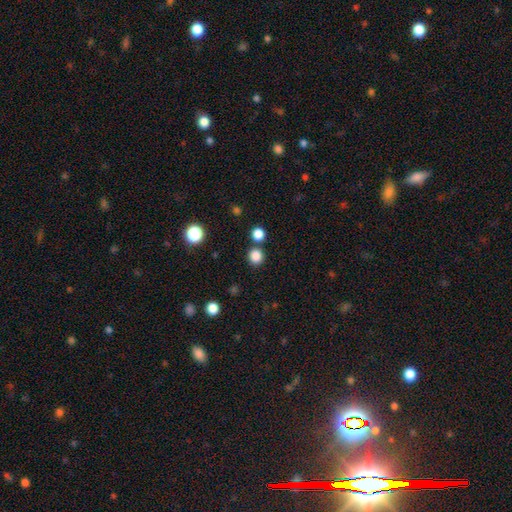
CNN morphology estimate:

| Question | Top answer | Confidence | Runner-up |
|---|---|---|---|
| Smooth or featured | smooth | 84% | star or artifact (13%) |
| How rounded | round | 91% | in between (8%) |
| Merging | none | 82% | merger (9%) |